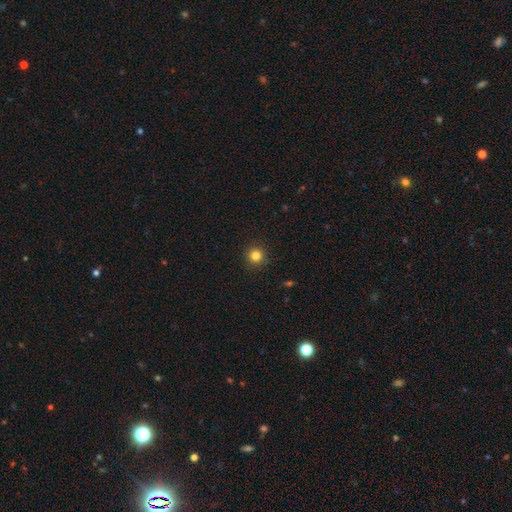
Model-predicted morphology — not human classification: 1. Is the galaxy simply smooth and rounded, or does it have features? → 82% smooth, 13% star or artifact, 5% featured or disk.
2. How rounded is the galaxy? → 95% round, 4% in between, 1% cigar-shaped.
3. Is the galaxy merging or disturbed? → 92% none, 5% minor disturbance, 2% major disturbance, 1% merger.